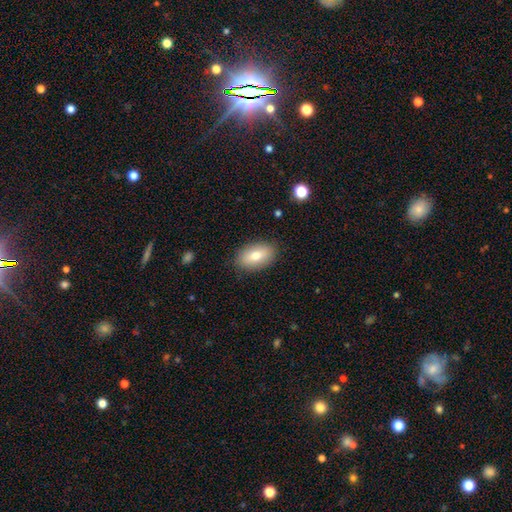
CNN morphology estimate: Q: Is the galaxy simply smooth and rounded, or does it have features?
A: smooth — 76%.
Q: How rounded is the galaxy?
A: in between — 92%.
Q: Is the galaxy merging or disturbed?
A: none — 86%.